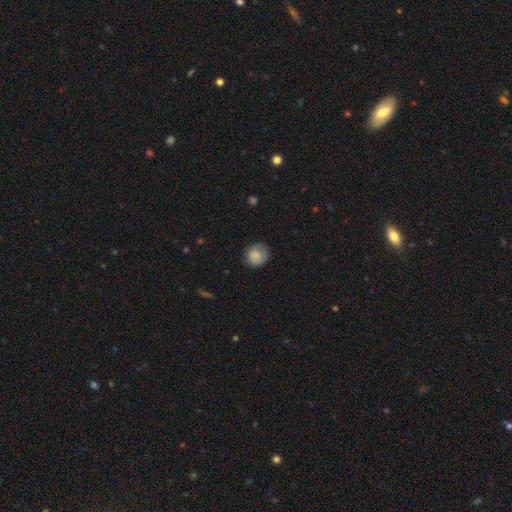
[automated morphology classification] Q: Smooth or featured?
A: smooth (83%); runner-up: featured or disk (10%)
Q: How rounded?
A: round (86%); runner-up: in between (13%)
Q: Merging?
A: none (74%); runner-up: minor disturbance (20%)